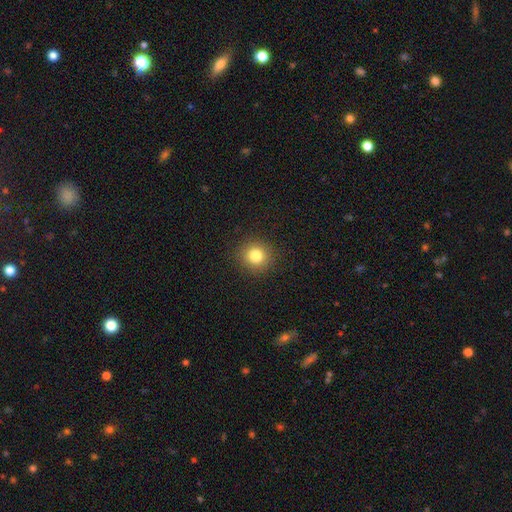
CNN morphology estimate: smooth 81%, star or artifact 12%, featured or disk 7%. Down the decision tree: how rounded — round (92%); merging — none (91%).